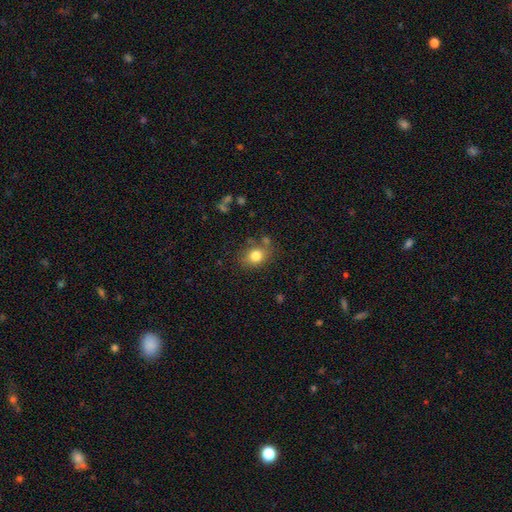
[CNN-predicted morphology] smooth_or_featured: smooth (p=0.81) [alt: star or artifact p=0.11]
how_rounded: round (p=0.50) [alt: in between p=0.49]
merging: none (p=0.74) [alt: minor disturbance p=0.15]